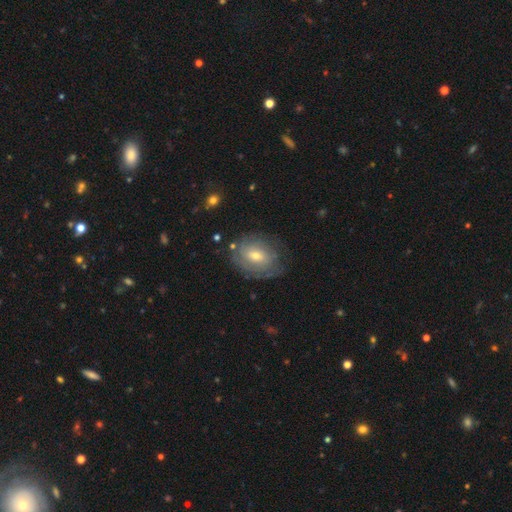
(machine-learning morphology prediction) Smooth or featured: featured or disk — 57% (smooth — 35%)
Edge-on disk: no — 95% (yes — 5%)
Bar: no — 59% (weak — 34%)
Spiral arms: yes — 70% (no — 30%)
Bulge size: moderate — 50% (small — 45%)
Merging: none — 69% (minor disturbance — 21%)